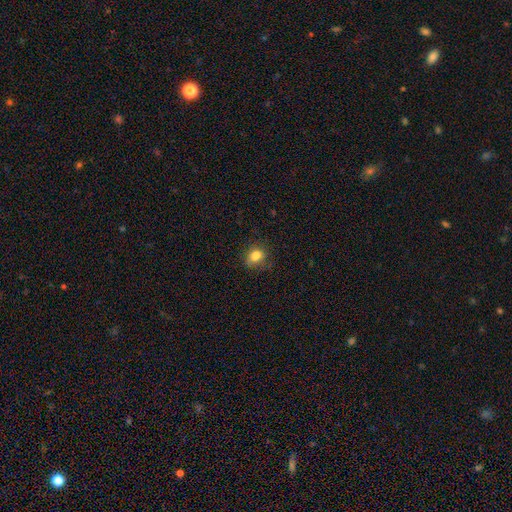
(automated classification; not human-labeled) Morphology: type=smooth (81%); roundness=in between (51%); merging=none (74%).